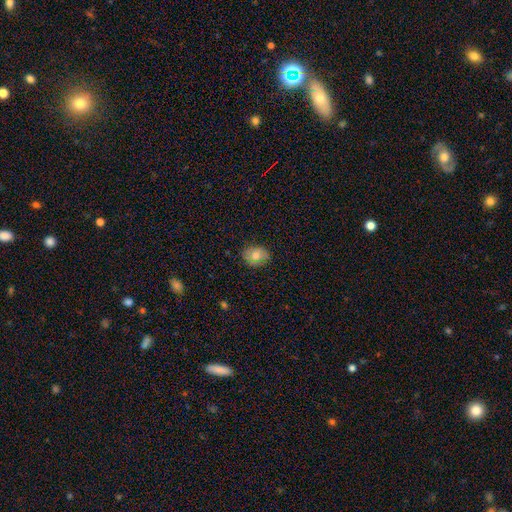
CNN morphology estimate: A smooth galaxy with no disk features (74%) that is in between round and cigar-shaped (72%). Merging: none (83%).